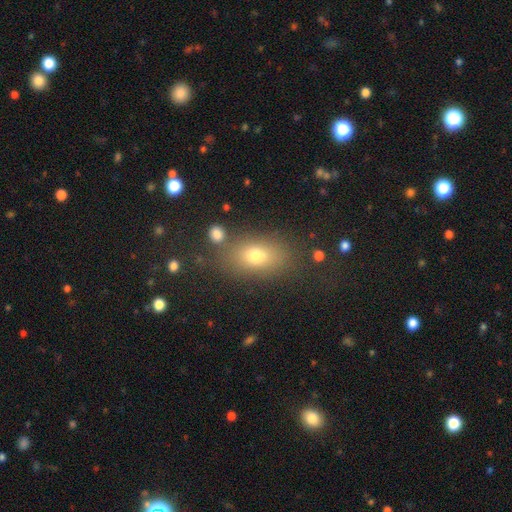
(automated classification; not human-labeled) Smooth or featured? Predicted: smooth (p=0.72). How rounded? Predicted: in between (p=0.79). Merging? Predicted: none (p=0.77).